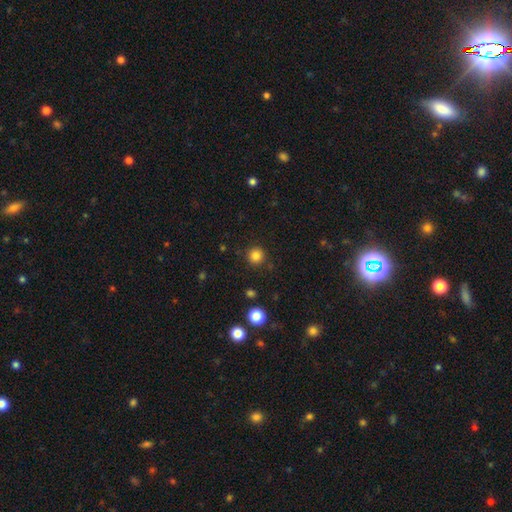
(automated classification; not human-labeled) Q: Smooth or featured?
A: smooth (84%); runner-up: star or artifact (12%)
Q: How rounded?
A: round (95%); runner-up: in between (4%)
Q: Merging?
A: none (90%); runner-up: minor disturbance (6%)